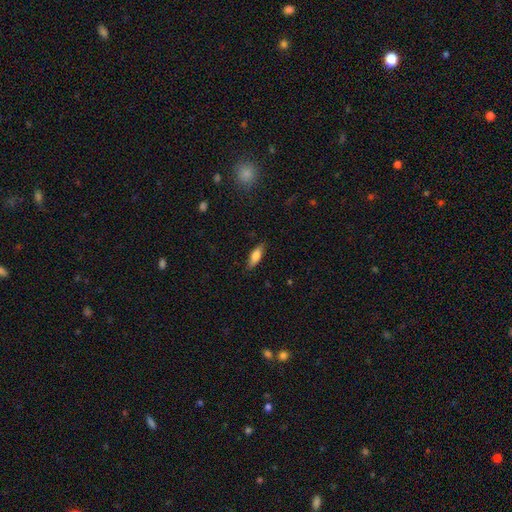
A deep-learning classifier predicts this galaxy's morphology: Smooth or featured? smooth (75%)
How rounded? in between (60%)
Merging? none (82%)